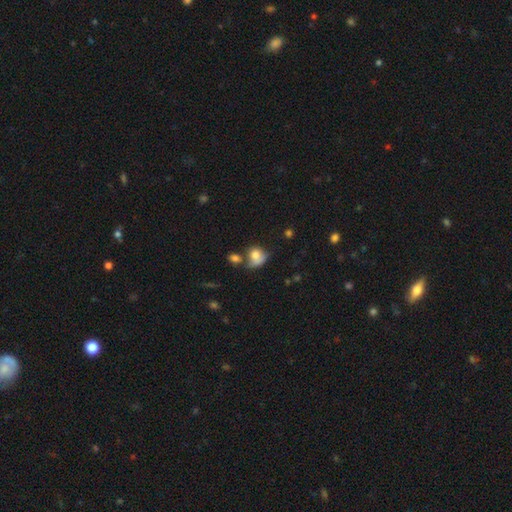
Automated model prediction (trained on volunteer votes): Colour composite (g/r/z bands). It shows a smooth galaxy with no disk features (74%) that is round (59%). Merging: none (32%).